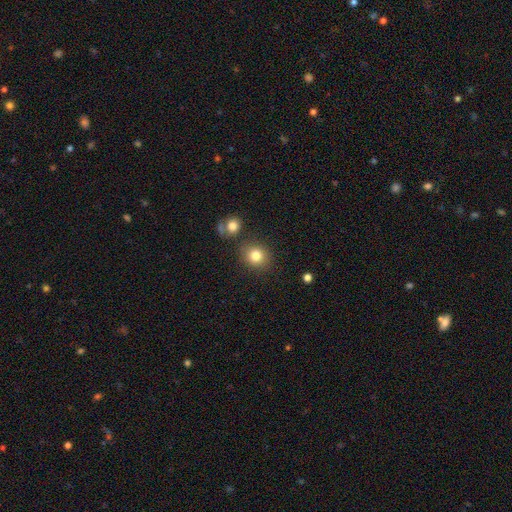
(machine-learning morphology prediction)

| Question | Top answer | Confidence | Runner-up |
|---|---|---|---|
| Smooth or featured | smooth | 81% | star or artifact (11%) |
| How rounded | round | 80% | in between (19%) |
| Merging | none | 81% | minor disturbance (9%) |